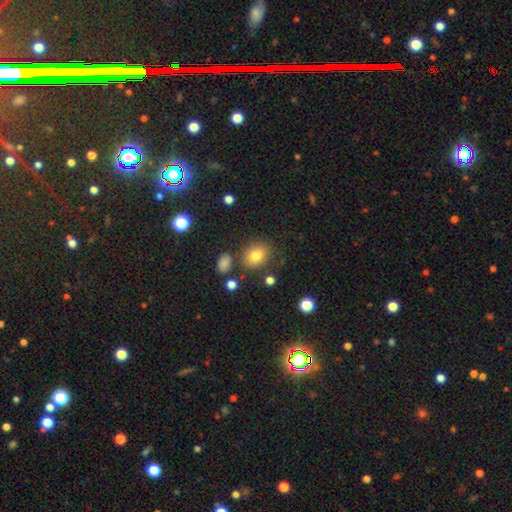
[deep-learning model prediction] The model was most divided on "how rounded": round: 54%, in between: 45%, cigar-shaped: 1%. More confident: merging — none (78%); smooth or featured — smooth (78%).